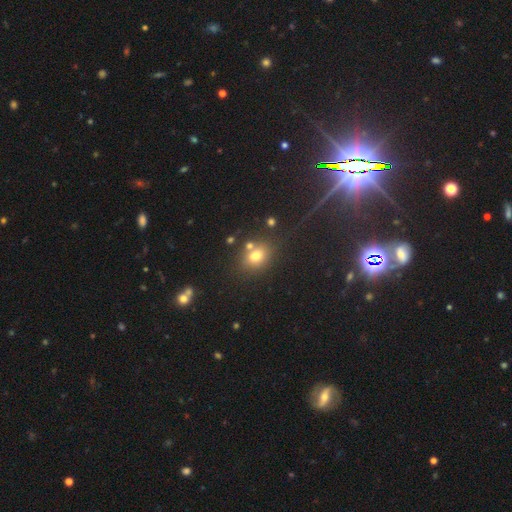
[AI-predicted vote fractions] smooth-or-featured: smooth: 73% | star or artifact: 15% | featured or disk: 12%
  how-rounded: in between: 50% | round: 48% | cigar-shaped: 1%
  merging: none: 65% | merger: 17% | minor disturbance: 13% | major disturbance: 5%